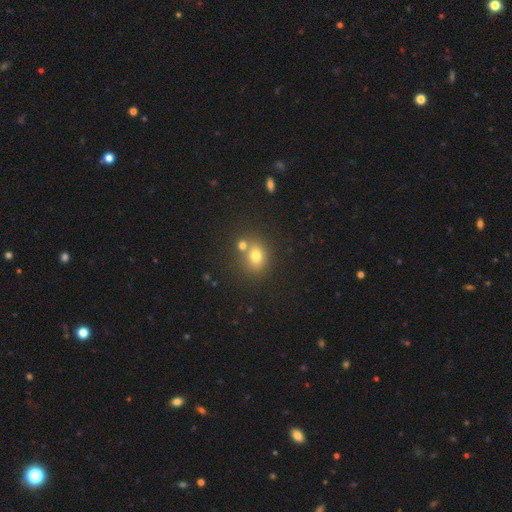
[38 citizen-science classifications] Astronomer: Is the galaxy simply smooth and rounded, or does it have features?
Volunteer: smooth — 82%.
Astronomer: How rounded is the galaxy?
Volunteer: round — 52% (runner-up: in between, 45%).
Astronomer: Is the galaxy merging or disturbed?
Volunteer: none — 56%.